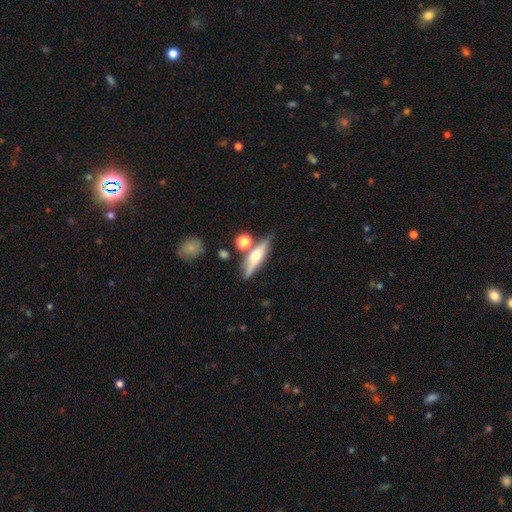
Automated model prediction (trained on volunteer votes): This appears to be a featured or disk galaxy (54%) viewed edge-on (91%). Merging: none (71%).